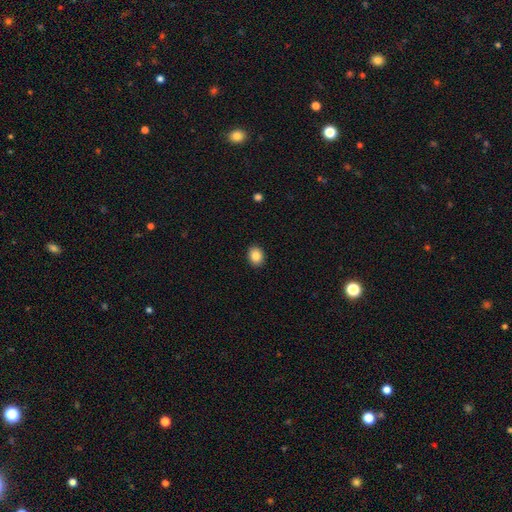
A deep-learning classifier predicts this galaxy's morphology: A smooth galaxy with no disk features (86%) that is round (53%). Merging: none (91%).